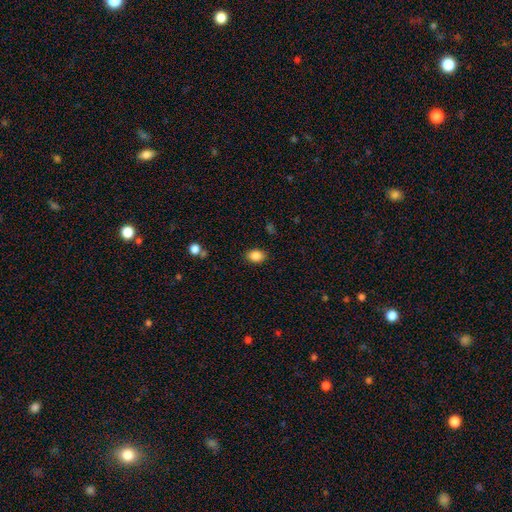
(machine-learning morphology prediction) Overall: smooth (87%). How rounded: in between (73%). Merging: none (87%).